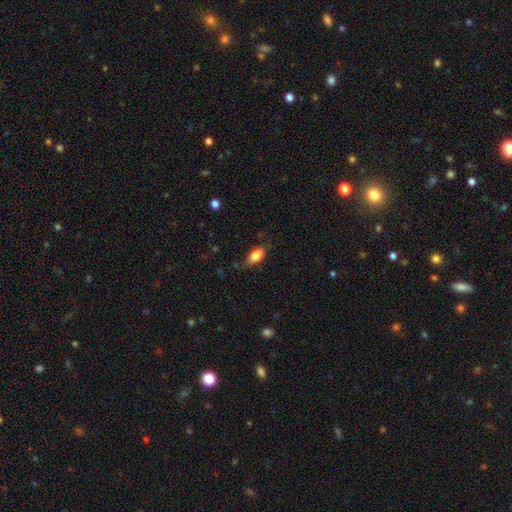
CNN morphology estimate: This appears to be a smooth galaxy with no disk features (82%) that is in between round and cigar-shaped (88%). Merging: none (69%).